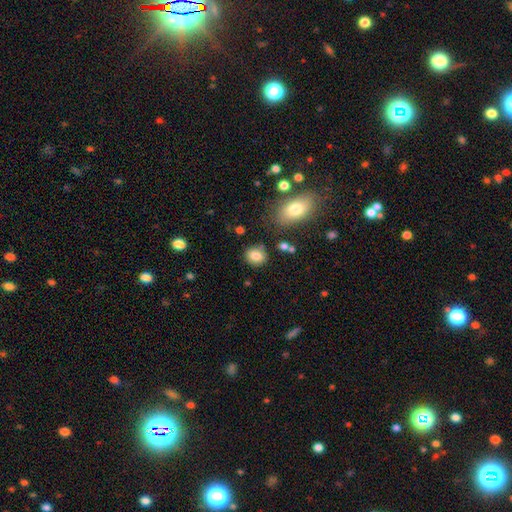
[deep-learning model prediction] Smooth or featured? smooth (82%)
How rounded? round (63%)
Merging? none (81%)